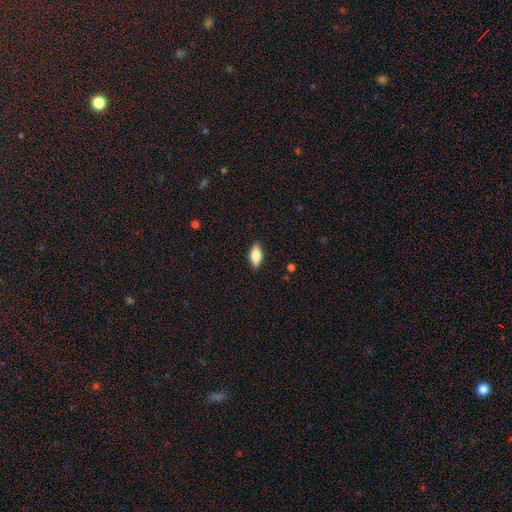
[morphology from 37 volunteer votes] Overall: smooth (70%). How rounded: in between (73%). Merging: none (88%).